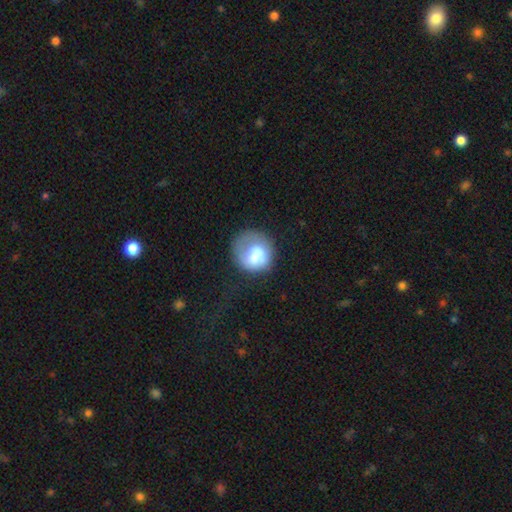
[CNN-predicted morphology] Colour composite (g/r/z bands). It shows a smooth galaxy with no disk features (66%) that is round (78%). Merging: none (47%).